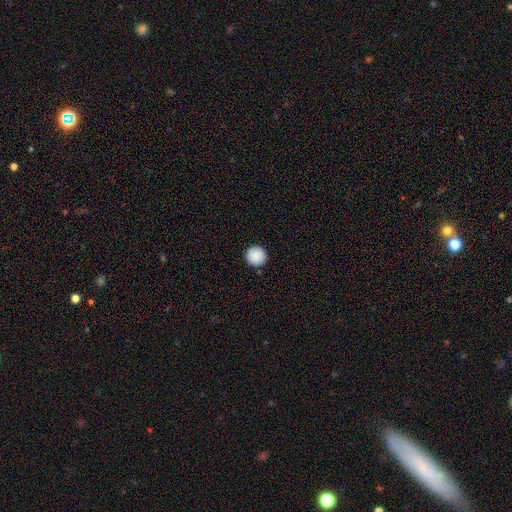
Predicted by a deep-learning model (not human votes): Overall: smooth (88%). How rounded: round (96%). Merging: none (92%).